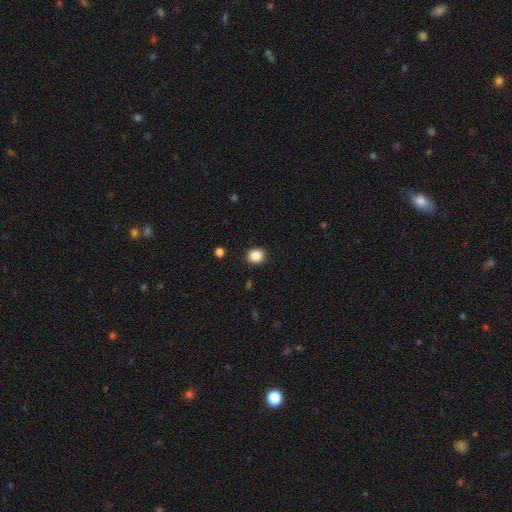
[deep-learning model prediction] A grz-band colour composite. It shows a smooth galaxy with no disk features (88%) that is round (75%). Merging: none (90%).